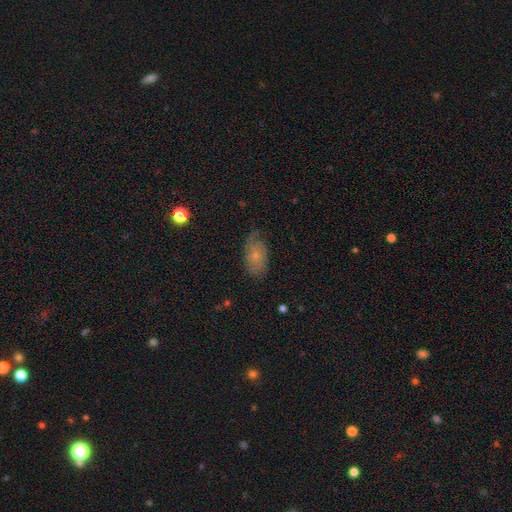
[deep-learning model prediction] This is possibly a smooth galaxy (50%). Merging: likely none (66%).